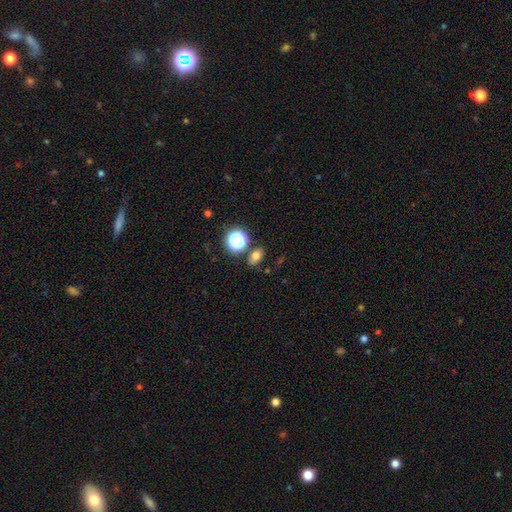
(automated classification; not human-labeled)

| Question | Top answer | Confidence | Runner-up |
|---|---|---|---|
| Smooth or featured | smooth | 71% | star or artifact (19%) |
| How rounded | in between | 73% | round (25%) |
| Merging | none | 80% | minor disturbance (10%) |